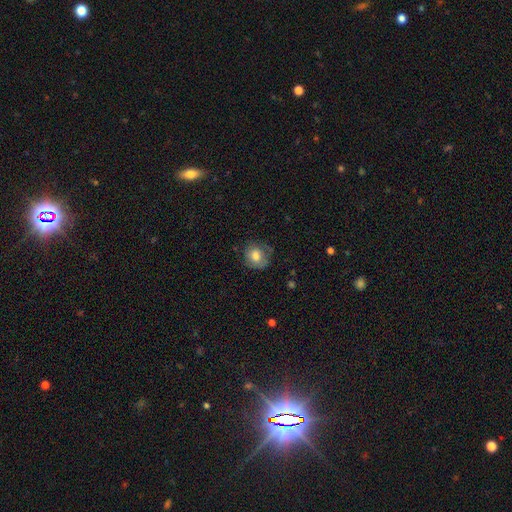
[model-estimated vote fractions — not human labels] smooth 74%, featured or disk 17%, star or artifact 9%. Down the decision tree: how rounded — round (79%); merging — none (68%).